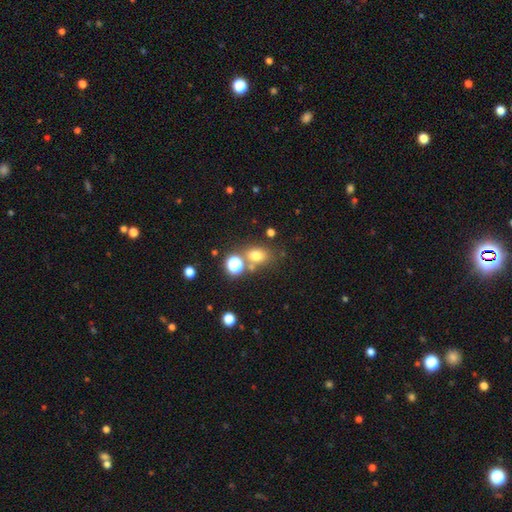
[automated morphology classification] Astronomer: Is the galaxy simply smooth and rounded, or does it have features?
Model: smooth — 71%.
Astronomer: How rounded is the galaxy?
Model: in between — 53% (runner-up: round, 46%).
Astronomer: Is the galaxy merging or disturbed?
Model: none — 64%.